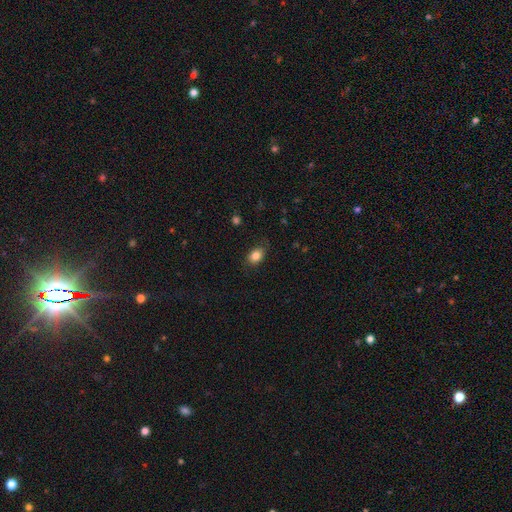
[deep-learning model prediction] A smooth galaxy with no disk features (85%) that is in between round and cigar-shaped (76%).

Vote fractions:
- Smooth or featured? smooth: 85% / star or artifact: 9% / featured or disk: 6%
- How rounded? in between: 76% / round: 23% / cigar-shaped: 1%
- Merging? none: 79% / minor disturbance: 16% / major disturbance: 4% / merger: 1%